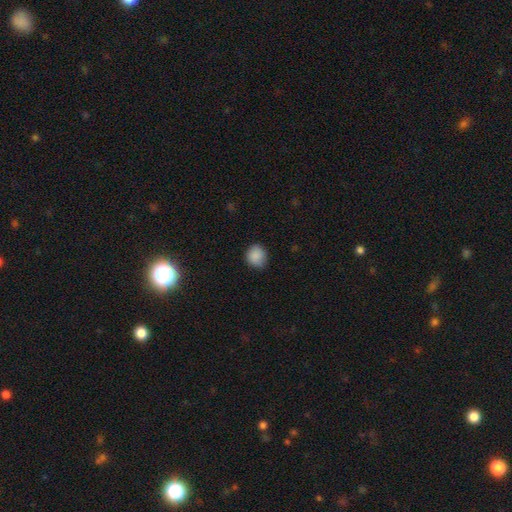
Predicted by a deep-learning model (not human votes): Smooth or featured: smooth — 88% (star or artifact — 9%)
How rounded: round — 81% (in between — 18%)
Merging: none — 79% (minor disturbance — 17%)